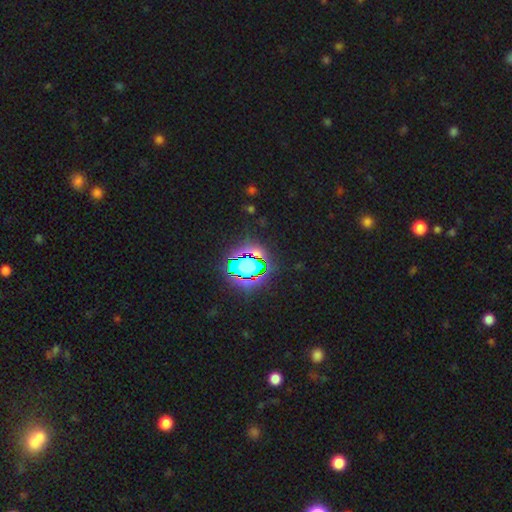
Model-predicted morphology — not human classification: Smooth or featured?
  - star or artifact: 64% *
  - smooth: 24%
  - featured or disk: 12%